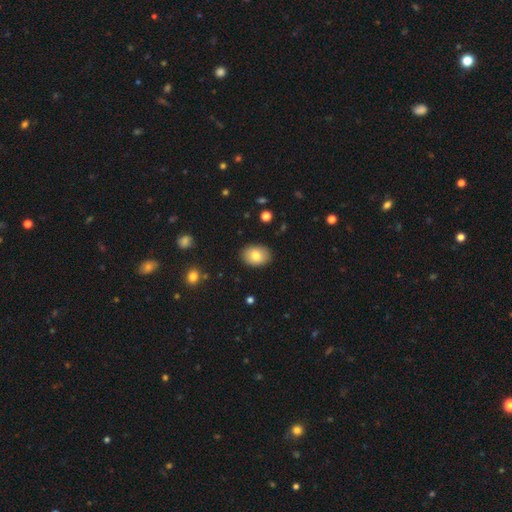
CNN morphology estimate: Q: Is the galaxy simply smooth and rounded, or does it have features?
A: smooth — 80%.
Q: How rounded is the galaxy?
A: in between — 75%.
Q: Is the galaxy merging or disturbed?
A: none — 87%.